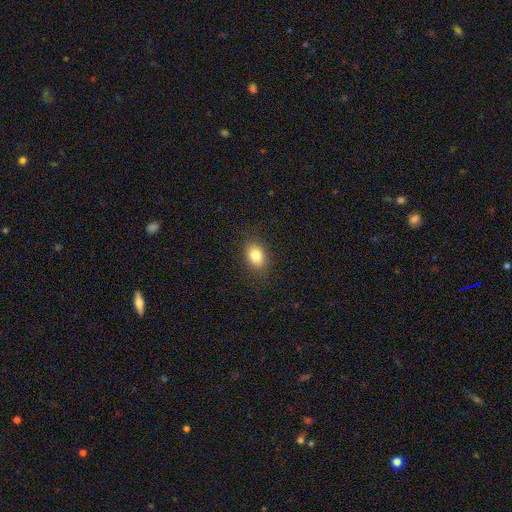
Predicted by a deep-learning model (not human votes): This appears to be a smooth galaxy with no disk features (83%) that is in between round and cigar-shaped (77%). Merging: none (86%).